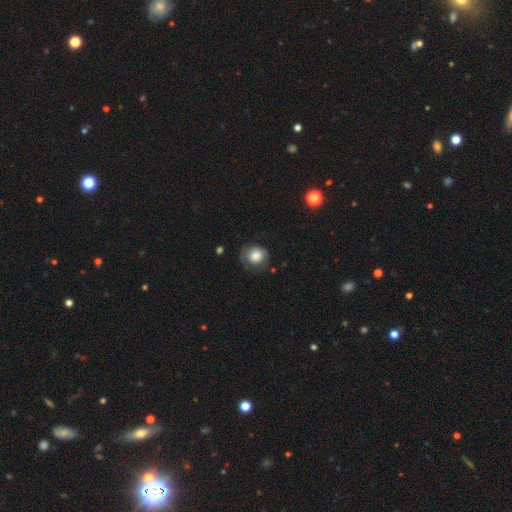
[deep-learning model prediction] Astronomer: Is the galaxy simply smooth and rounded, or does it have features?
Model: smooth — 77%.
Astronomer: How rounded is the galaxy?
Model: round — 73%.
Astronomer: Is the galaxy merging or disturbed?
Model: none — 58%.